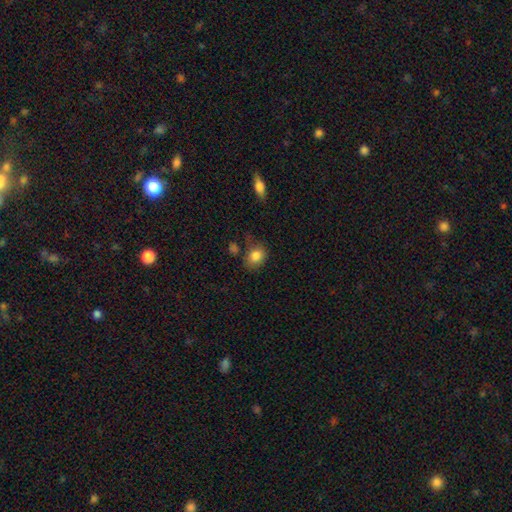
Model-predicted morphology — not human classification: Smooth or featured?
  - smooth: 83% *
  - star or artifact: 9%
  - featured or disk: 8%
How rounded?
  - in between: 54% *
  - round: 45%
  - cigar-shaped: 1%
Merging?
  - none: 60% *
  - minor disturbance: 24%
  - major disturbance: 9%
  - merger: 7%